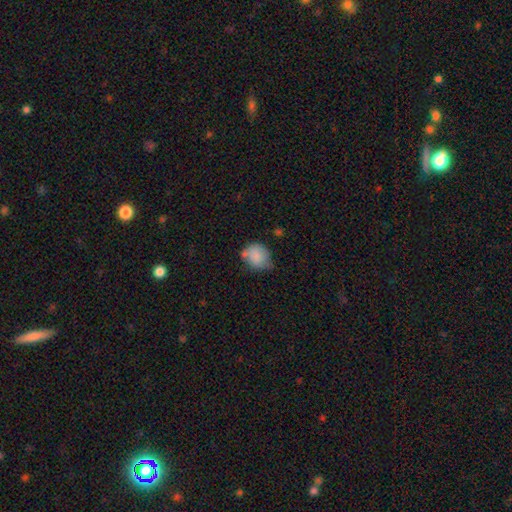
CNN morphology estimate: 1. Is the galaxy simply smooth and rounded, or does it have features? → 81% smooth, 11% featured or disk, 8% star or artifact.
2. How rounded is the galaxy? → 61% round, 38% in between, 1% cigar-shaped.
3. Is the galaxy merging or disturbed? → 44% none, 37% minor disturbance, 10% major disturbance, 9% merger.